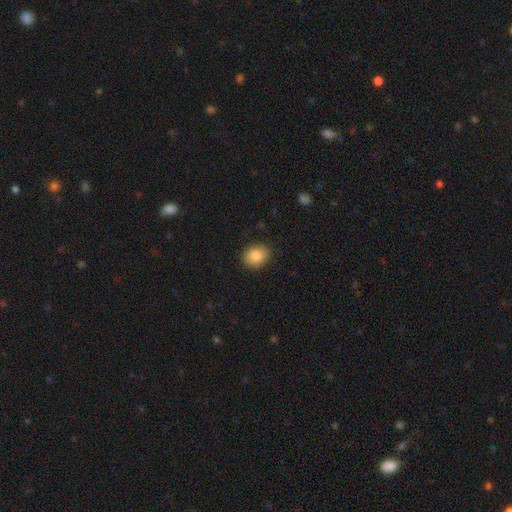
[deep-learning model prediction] A smooth galaxy with no disk features (86%) that is in between round and cigar-shaped (56%).

Vote fractions:
- Smooth or featured? smooth: 86% / star or artifact: 8% / featured or disk: 6%
- How rounded? in between: 56% / round: 43% / cigar-shaped: 1%
- Merging? none: 88% / minor disturbance: 9% / major disturbance: 2% / merger: 1%